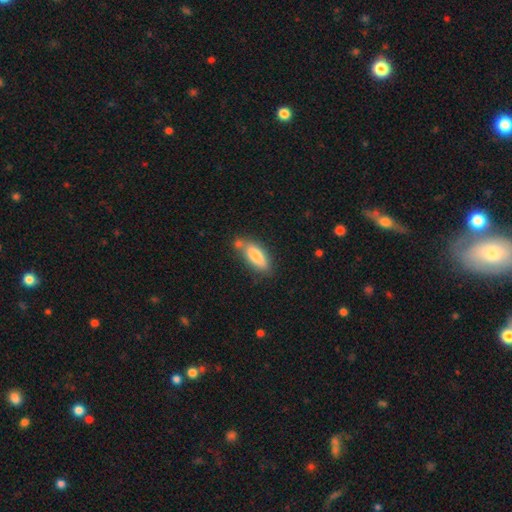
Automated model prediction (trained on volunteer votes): The model was most divided on "how rounded": in between: 69%, cigar-shaped: 29%, round: 2%. More confident: smooth or featured — smooth (80%); merging — none (63%).